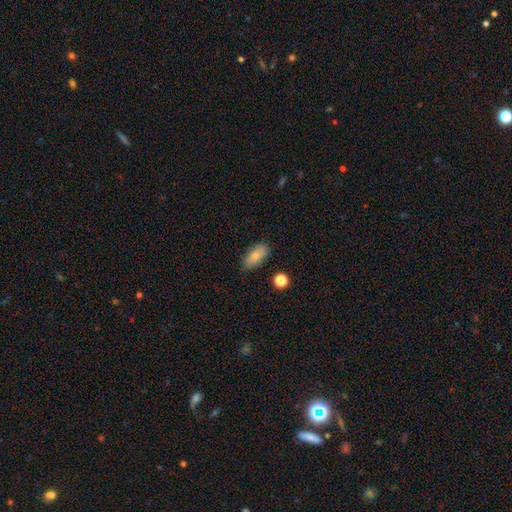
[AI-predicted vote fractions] Smooth or featured? smooth (79%)
How rounded? in between (90%)
Merging? none (81%)